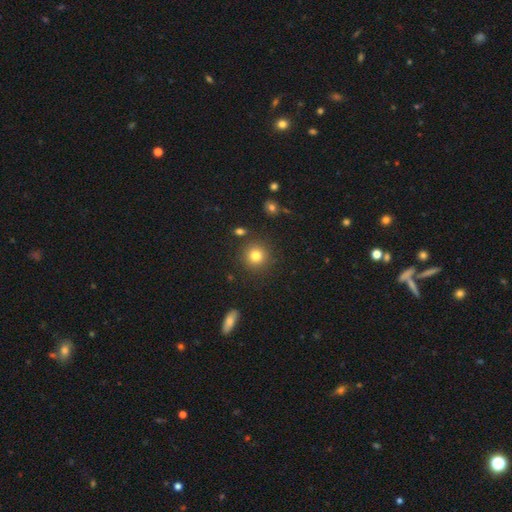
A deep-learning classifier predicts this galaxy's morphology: This is clearly a smooth galaxy (82%). How rounded: clearly round (93%). Merging: clearly none (88%).